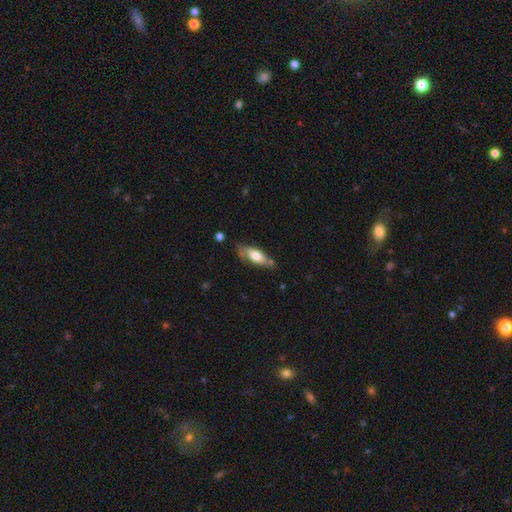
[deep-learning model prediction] This appears to be a smooth galaxy with no disk features (60%) that is in between round and cigar-shaped (65%). Merging: none (64%).